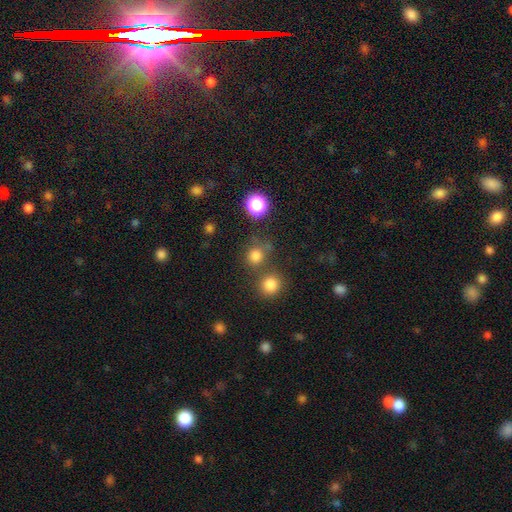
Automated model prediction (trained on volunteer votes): smooth 77%, star or artifact 18%, featured or disk 5%. Down the decision tree: how rounded — round (86%); merging — none (67%).